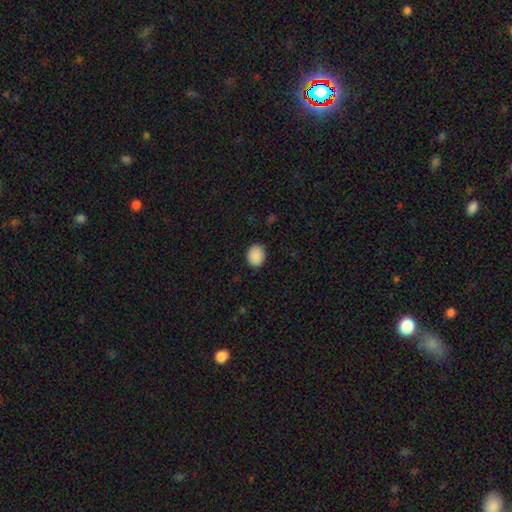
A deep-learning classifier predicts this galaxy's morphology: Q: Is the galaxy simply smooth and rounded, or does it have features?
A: smooth — 89%.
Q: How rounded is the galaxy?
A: round — 60%.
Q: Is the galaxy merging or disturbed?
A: none — 85%.